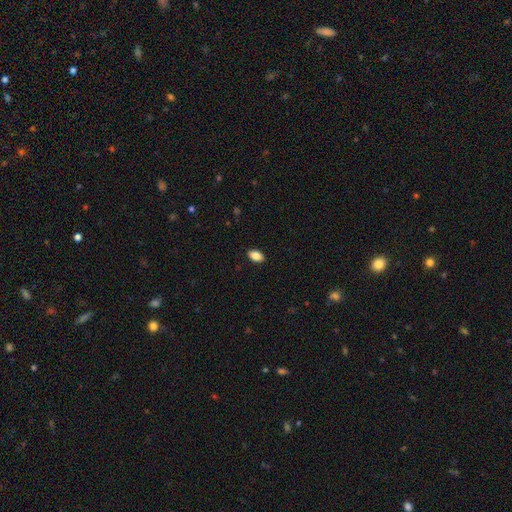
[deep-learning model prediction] smooth-or-featured: smooth: 87% | star or artifact: 8% | featured or disk: 5%
  how-rounded: in between: 92% | round: 6% | cigar-shaped: 2%
  merging: none: 90% | minor disturbance: 8% | major disturbance: 2% | merger: 1%